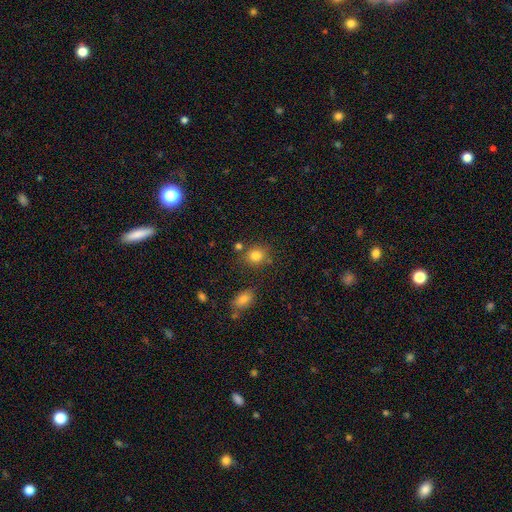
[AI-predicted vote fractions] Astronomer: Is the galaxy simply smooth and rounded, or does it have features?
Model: smooth — 82%.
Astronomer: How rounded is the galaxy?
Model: round — 73%.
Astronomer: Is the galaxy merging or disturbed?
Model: none — 74%.